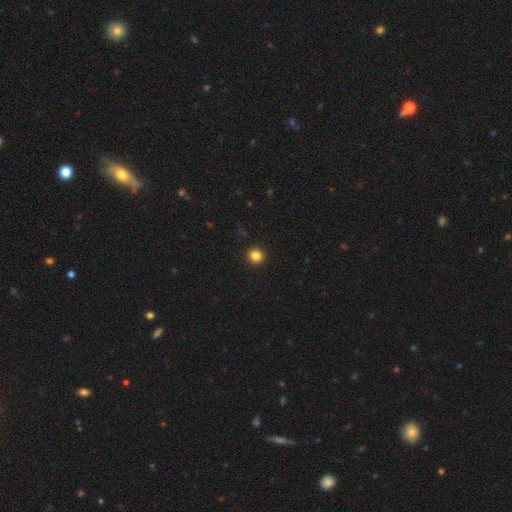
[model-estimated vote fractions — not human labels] smooth_or_featured: smooth (p=0.84) [alt: star or artifact p=0.12]
how_rounded: round (p=0.91) [alt: in between p=0.08]
merging: none (p=0.93) [alt: minor disturbance p=0.04]